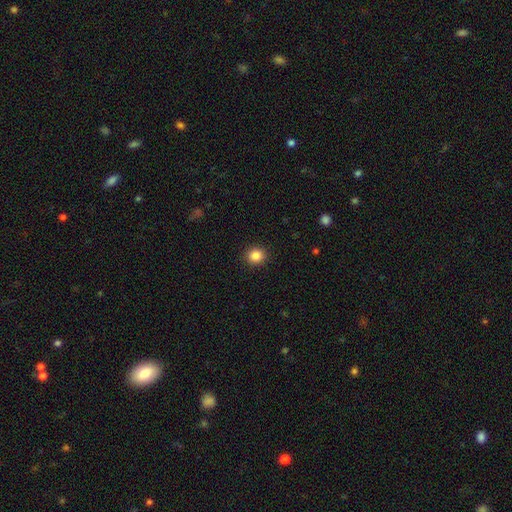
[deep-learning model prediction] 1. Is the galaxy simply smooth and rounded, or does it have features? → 85% smooth, 11% star or artifact, 4% featured or disk.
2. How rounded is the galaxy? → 87% round, 13% in between, 1% cigar-shaped.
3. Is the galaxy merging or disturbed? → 91% none, 6% minor disturbance, 2% major disturbance, 1% merger.